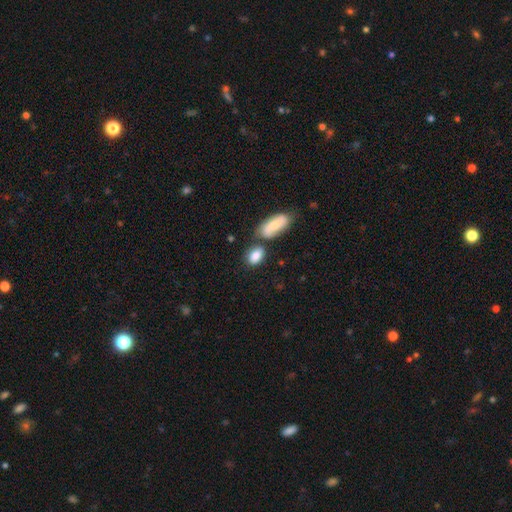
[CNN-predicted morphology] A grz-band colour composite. It shows a smooth galaxy with no disk features (83%) that is in between round and cigar-shaped (85%). Merging: none (54%).